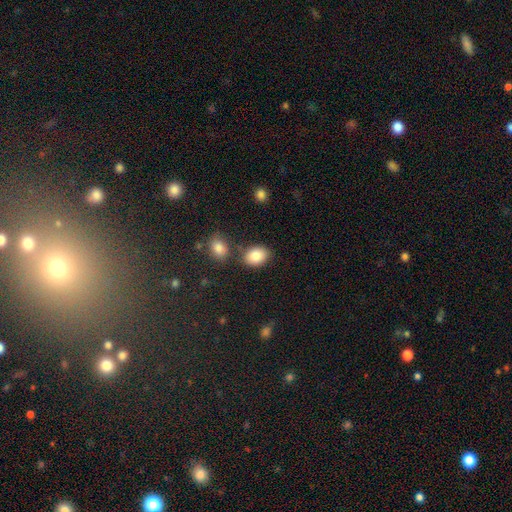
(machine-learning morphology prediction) Smooth or featured? smooth (86%)
How rounded? in between (74%)
Merging? none (72%)